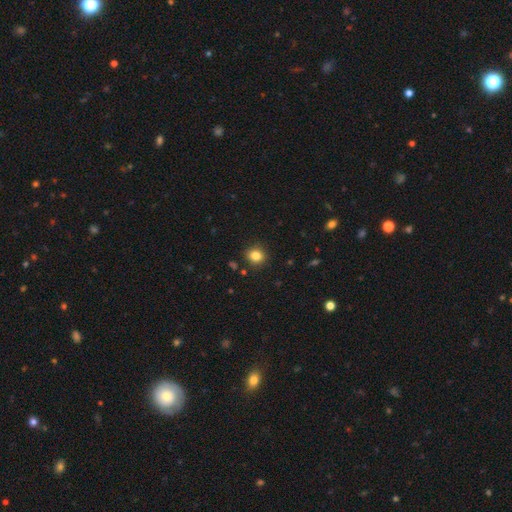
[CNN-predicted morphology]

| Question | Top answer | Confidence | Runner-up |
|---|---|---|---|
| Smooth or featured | smooth | 83% | star or artifact (11%) |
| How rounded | round | 81% | in between (18%) |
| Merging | none | 89% | minor disturbance (7%) |